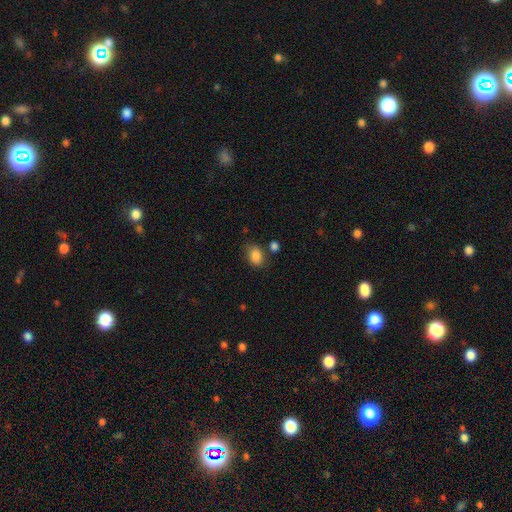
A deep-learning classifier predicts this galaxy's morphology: Smooth or featured? smooth (86%)
How rounded? in between (73%)
Merging? none (70%)